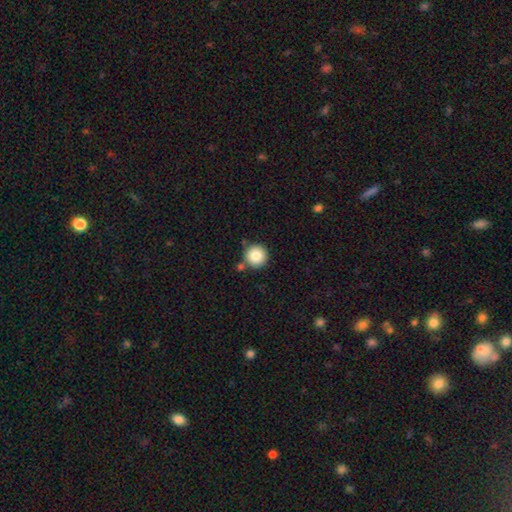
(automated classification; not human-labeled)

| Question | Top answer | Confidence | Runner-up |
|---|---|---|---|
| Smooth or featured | smooth | 84% | star or artifact (9%) |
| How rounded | round | 96% | in between (3%) |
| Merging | none | 80% | merger (9%) |